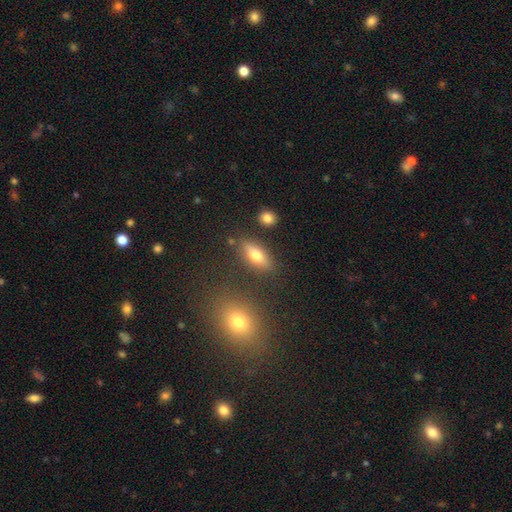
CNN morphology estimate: A smooth galaxy with no disk features (68%) that is in between round and cigar-shaped (74%). Merging: none (80%).